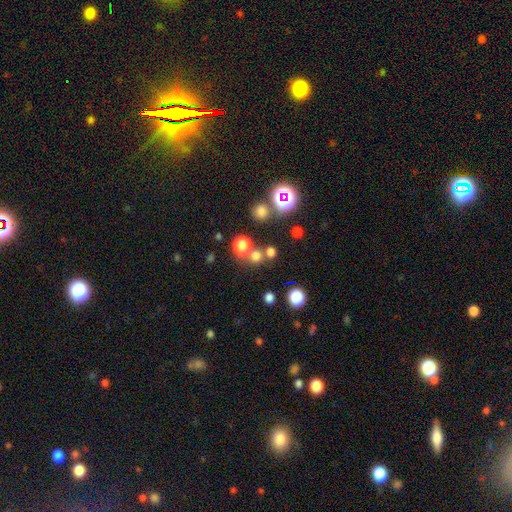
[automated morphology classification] The model was most divided on "smooth or featured": smooth: 66%, star or artifact: 27%, featured or disk: 8%. More confident: how rounded — round (89%); merging — none (66%).